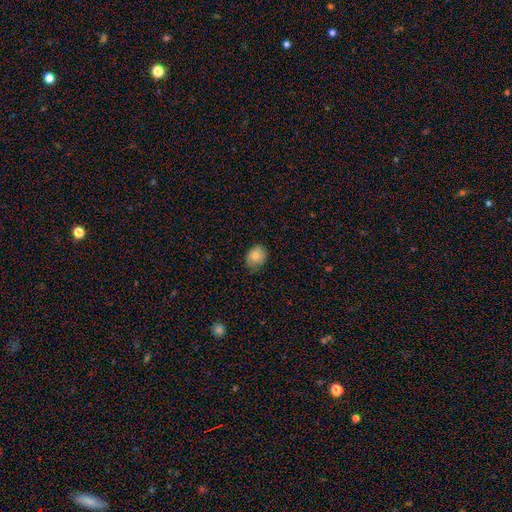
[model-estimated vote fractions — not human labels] smooth-or-featured: smooth: 80% | featured or disk: 11% | star or artifact: 9%
  how-rounded: round: 55% | in between: 45% | cigar-shaped: 1%
  merging: none: 69% | minor disturbance: 25% | major disturbance: 4% | merger: 1%